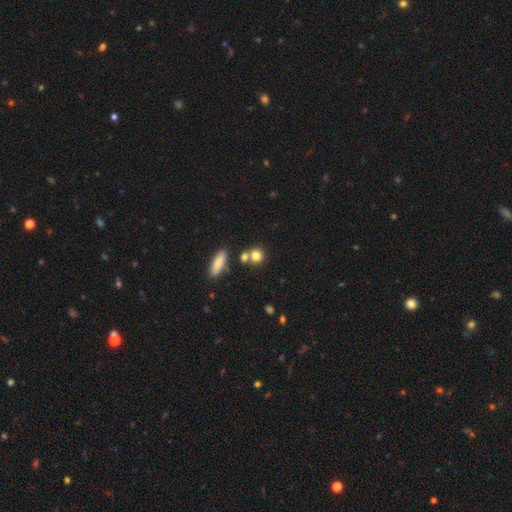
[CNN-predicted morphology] smooth-or-featured: smooth: 79% | star or artifact: 11% | featured or disk: 9%
  how-rounded: round: 81% | in between: 16% | cigar-shaped: 3%
  merging: none: 60% | merger: 27% | minor disturbance: 10% | major disturbance: 3%